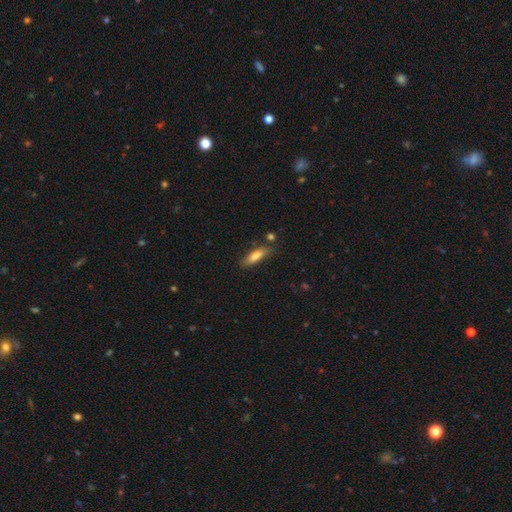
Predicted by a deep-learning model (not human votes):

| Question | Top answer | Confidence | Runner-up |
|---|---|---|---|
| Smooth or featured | smooth | 73% | featured or disk (21%) |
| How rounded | cigar-shaped | 54% | in between (44%) |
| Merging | none | 75% | minor disturbance (17%) |